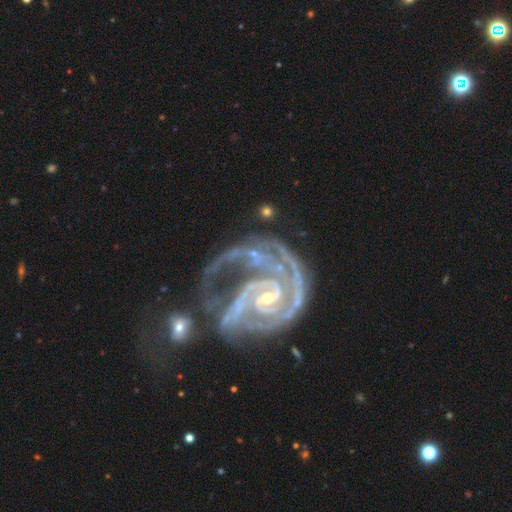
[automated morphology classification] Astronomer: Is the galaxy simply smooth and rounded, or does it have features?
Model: featured or disk — 92%.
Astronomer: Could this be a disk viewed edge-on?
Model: no — 98%.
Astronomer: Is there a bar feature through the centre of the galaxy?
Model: weak — 41% (runner-up: no, 36%).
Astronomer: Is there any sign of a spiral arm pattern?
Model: yes — 98%.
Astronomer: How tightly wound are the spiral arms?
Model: tight — 57% (runner-up: medium, 35%).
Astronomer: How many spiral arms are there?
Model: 2 — 47%.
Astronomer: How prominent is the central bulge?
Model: small — 69%.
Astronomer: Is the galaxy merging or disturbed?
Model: none — 35% (runner-up: major disturbance, 31%).